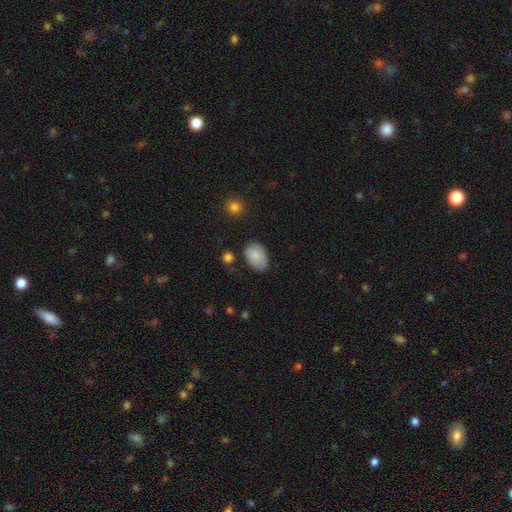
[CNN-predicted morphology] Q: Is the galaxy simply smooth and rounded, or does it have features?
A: smooth — 87%.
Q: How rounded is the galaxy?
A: in between — 88%.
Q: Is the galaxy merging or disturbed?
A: none — 74%.